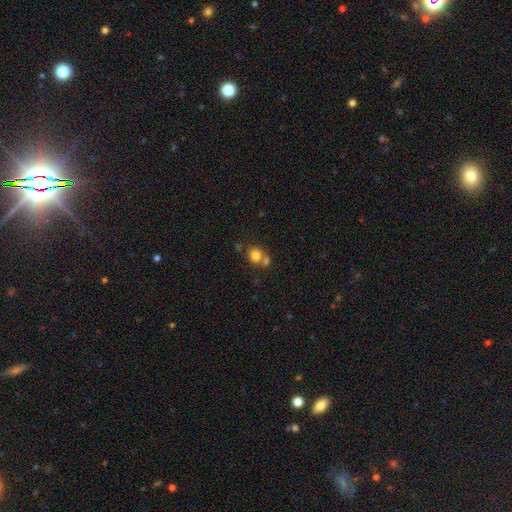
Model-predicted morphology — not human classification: A smooth galaxy with no disk features (80%) that is round (77%). Merging: none (54%).